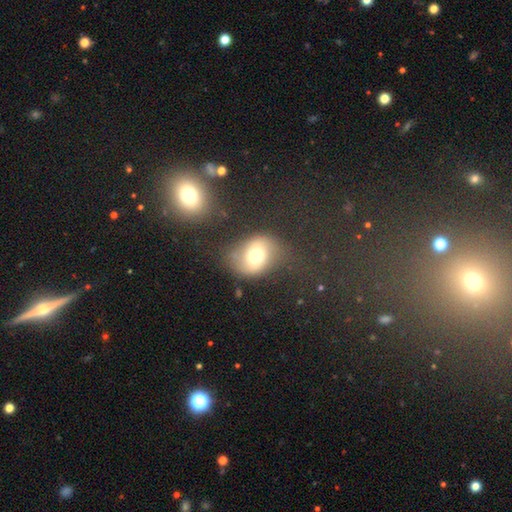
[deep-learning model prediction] smooth-or-featured: smooth: 62% | featured or disk: 26% | star or artifact: 12%
  how-rounded: round: 50% | in between: 49% | cigar-shaped: 1%
  merging: none: 61% | minor disturbance: 22% | major disturbance: 13% | merger: 4%